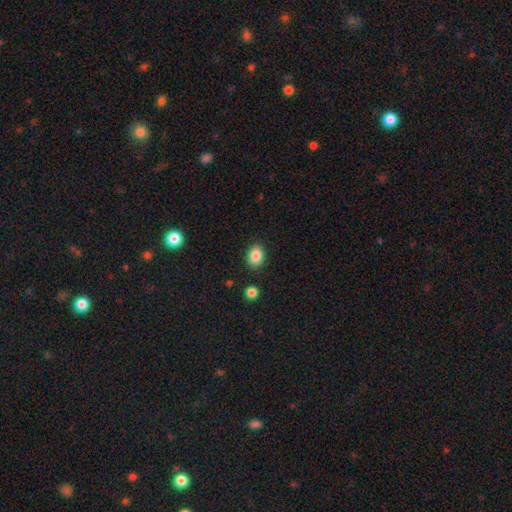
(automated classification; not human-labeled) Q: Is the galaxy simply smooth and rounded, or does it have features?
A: smooth — 87%.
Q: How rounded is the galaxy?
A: in between — 67%.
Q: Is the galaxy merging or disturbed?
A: none — 87%.